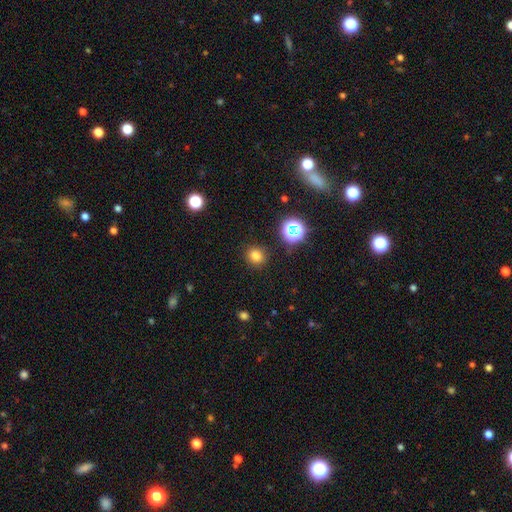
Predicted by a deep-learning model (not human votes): Smooth or featured? Predicted: smooth (p=0.77). How rounded? Predicted: round (p=0.84). Merging? Predicted: none (p=0.89).